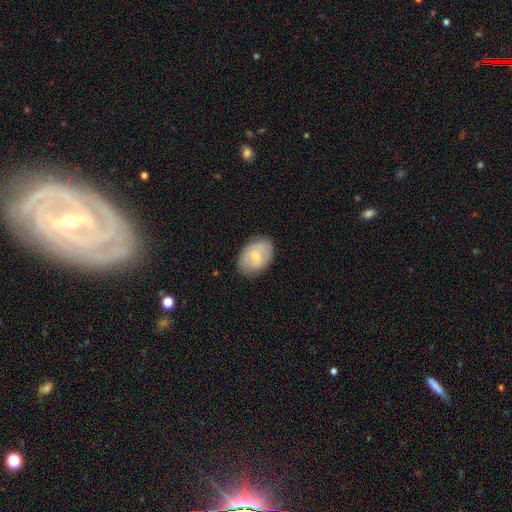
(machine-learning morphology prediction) The model was most divided on "smooth or featured": smooth: 61%, featured or disk: 32%, star or artifact: 7%. More confident: how rounded — in between (81%); merging — none (79%).